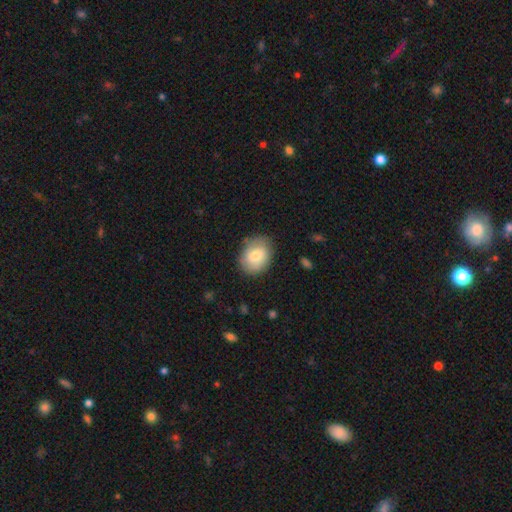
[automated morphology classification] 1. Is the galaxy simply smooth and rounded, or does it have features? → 76% smooth, 17% featured or disk, 7% star or artifact.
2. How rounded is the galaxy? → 62% in between, 37% round, 1% cigar-shaped.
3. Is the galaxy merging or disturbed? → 81% none, 14% minor disturbance, 3% major disturbance, 1% merger.